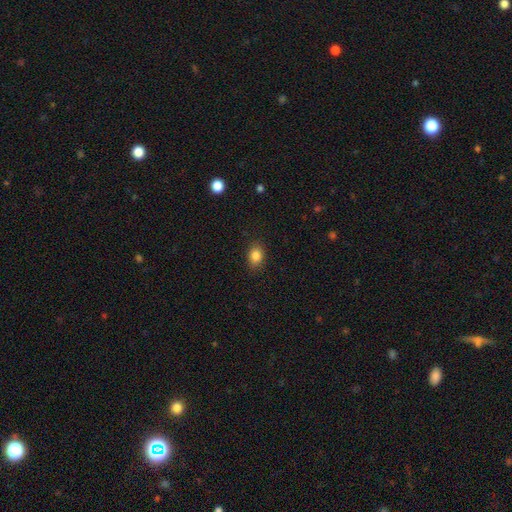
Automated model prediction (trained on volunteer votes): smooth-or-featured: smooth: 85% | star or artifact: 10% | featured or disk: 5%
  how-rounded: in between: 63% | round: 36% | cigar-shaped: 1%
  merging: none: 86% | minor disturbance: 11% | major disturbance: 2% | merger: 1%